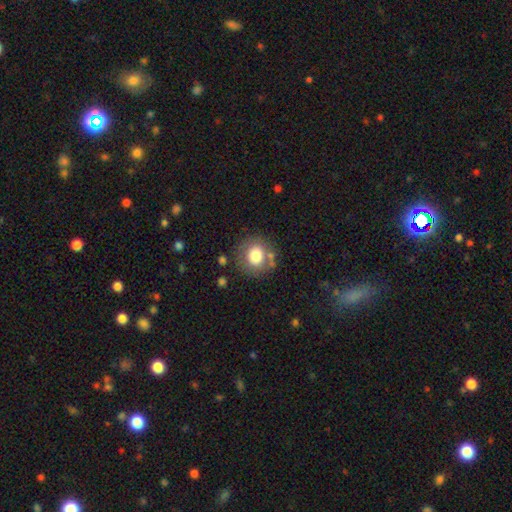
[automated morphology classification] Smooth or featured: smooth — 77% (featured or disk — 13%)
How rounded: round — 87% (in between — 12%)
Merging: none — 75% (minor disturbance — 13%)